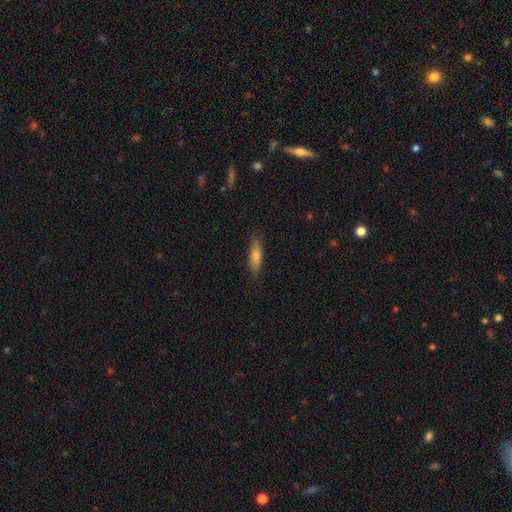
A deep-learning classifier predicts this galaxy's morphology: Overall: smooth (65%). How rounded: cigar-shaped (69%). Merging: none (86%).